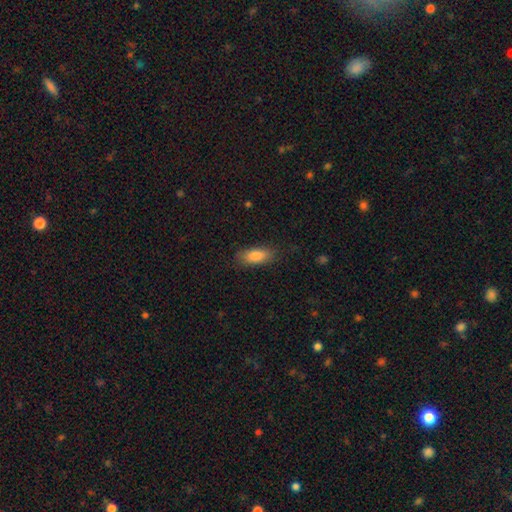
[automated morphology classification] smooth 84%, featured or disk 9%, star or artifact 7%. Down the decision tree: how rounded — in between (84%); merging — none (81%).